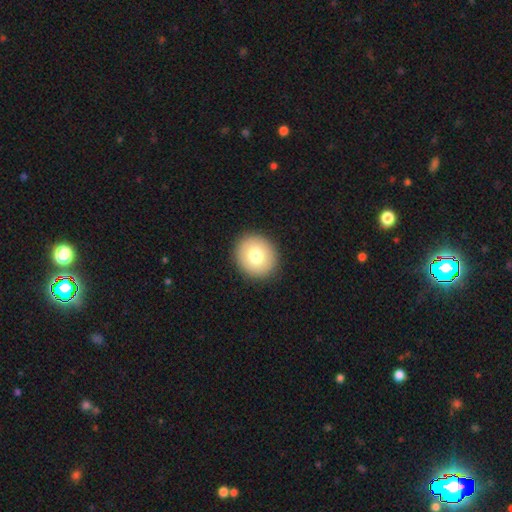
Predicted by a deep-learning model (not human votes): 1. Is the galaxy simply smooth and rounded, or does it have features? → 77% smooth, 14% featured or disk, 9% star or artifact.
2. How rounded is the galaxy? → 87% round, 12% in between, 1% cigar-shaped.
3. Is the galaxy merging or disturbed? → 92% none, 5% minor disturbance, 2% major disturbance, 1% merger.